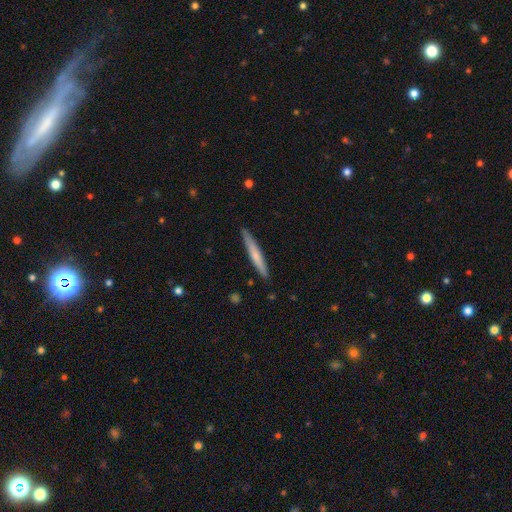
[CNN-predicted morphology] type=smooth (61%); roundness=cigar-shaped (96%); merging=none (89%).